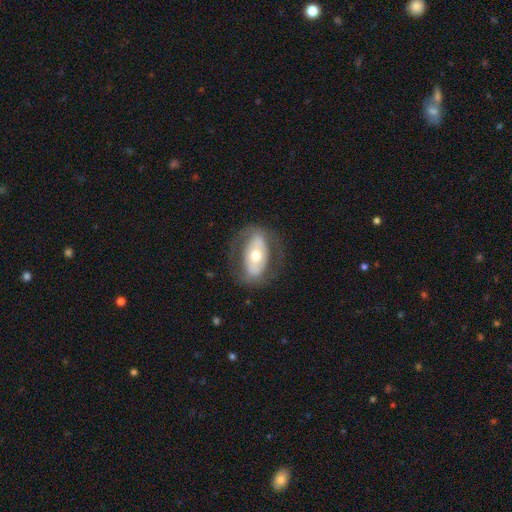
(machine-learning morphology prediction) Smooth or featured?
  - featured or disk: 60% *
  - smooth: 33%
  - star or artifact: 6%
Edge-on disk?
  - no: 89% *
  - yes: 11%
Bar?
  - no: 50% *
  - strong: 31%
  - weak: 19%
Spiral arms?
  - no: 64% *
  - yes: 36%
Bulge size?
  - moderate: 61% *
  - small: 28%
  - large: 8%
  - dominant: 2%
  - none: 1%
Merging?
  - none: 73% *
  - minor disturbance: 15%
  - major disturbance: 11%
  - merger: 1%